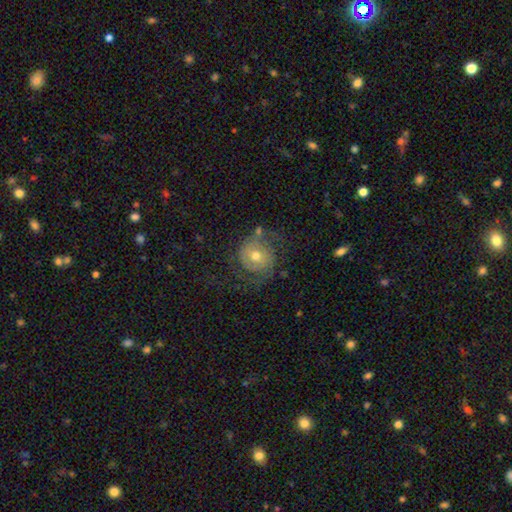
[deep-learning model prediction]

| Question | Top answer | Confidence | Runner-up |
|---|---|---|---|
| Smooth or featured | featured or disk | 68% | smooth (24%) |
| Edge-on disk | no | 97% | yes (3%) |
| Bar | no | 72% | weak (23%) |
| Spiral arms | yes | 87% | no (13%) |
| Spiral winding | medium | 41% | loose (31%) |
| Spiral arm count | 2 | 78% | can't tell (9%) |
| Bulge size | moderate | 72% | small (20%) |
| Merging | none | 60% | major disturbance (19%) |